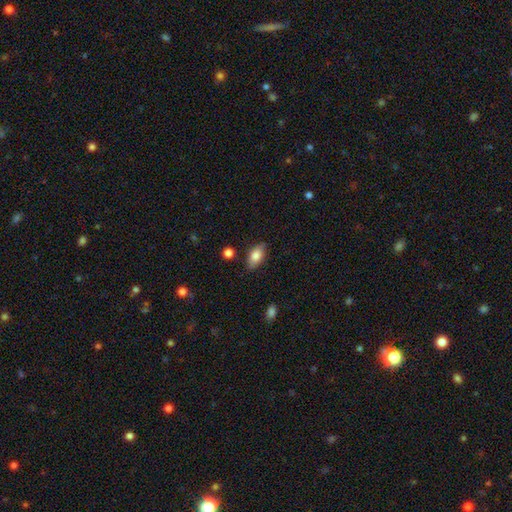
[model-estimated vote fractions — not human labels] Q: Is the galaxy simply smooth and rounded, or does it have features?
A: smooth — 78%.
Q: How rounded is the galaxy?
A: in between — 88%.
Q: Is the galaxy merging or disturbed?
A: none — 81%.